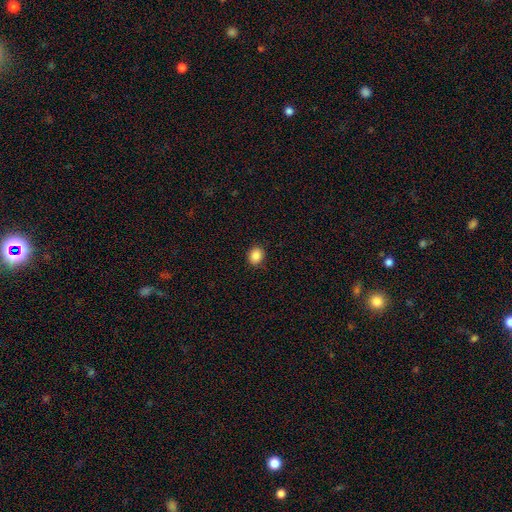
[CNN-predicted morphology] smooth 87%, star or artifact 9%, featured or disk 3%. Down the decision tree: how rounded — round (67%); merging — none (89%).